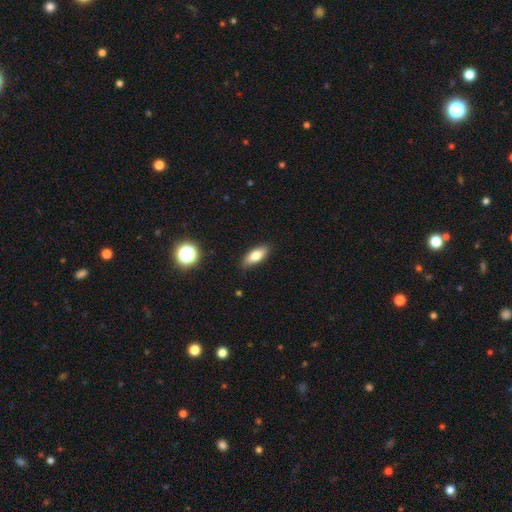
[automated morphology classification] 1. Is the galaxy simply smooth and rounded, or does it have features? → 76% smooth, 16% featured or disk, 8% star or artifact.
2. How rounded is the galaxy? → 76% in between, 21% cigar-shaped, 3% round.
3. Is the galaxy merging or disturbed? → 86% none, 11% minor disturbance, 2% major disturbance, 1% merger.